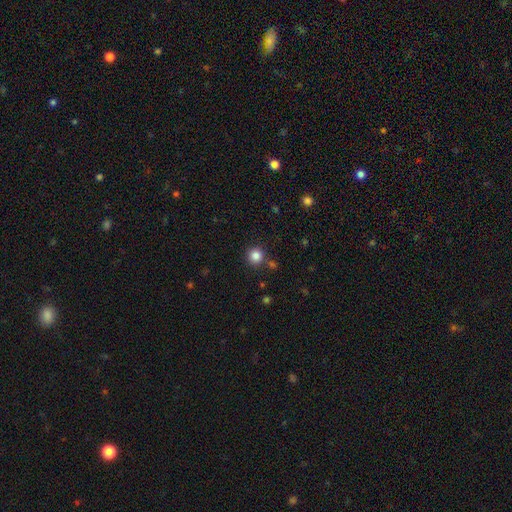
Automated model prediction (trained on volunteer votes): A smooth galaxy with no disk features (84%) that is round (94%). Merging: none (85%).